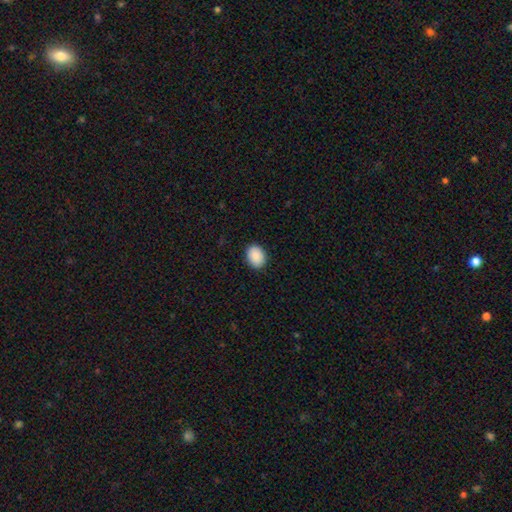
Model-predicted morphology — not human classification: A smooth galaxy with no disk features (91%) that is in between round and cigar-shaped (68%). Merging: none (90%).